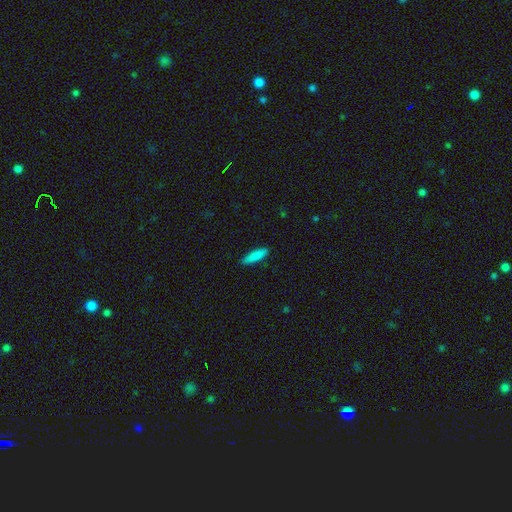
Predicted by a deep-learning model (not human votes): smooth 87%, featured or disk 7%, star or artifact 6%. Down the decision tree: how rounded — cigar-shaped (76%); merging — none (89%).